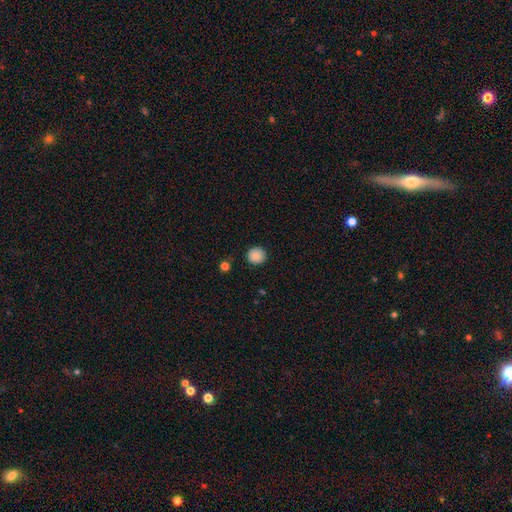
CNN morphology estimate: smooth 88%, star or artifact 9%, featured or disk 3%. Down the decision tree: how rounded — round (94%); merging — none (90%).